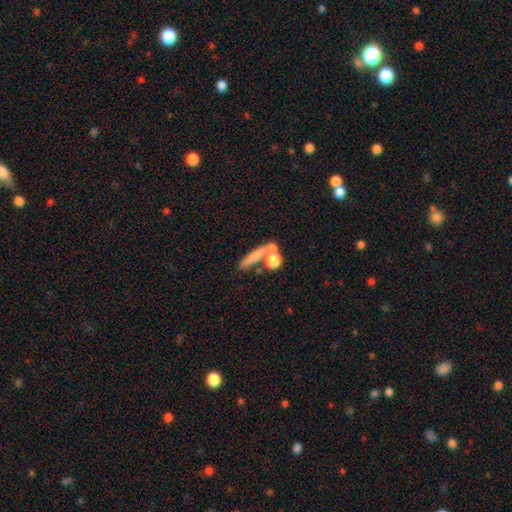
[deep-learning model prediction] Smooth or featured? Predicted: smooth (p=0.66). How rounded? Predicted: cigar-shaped (p=0.58). Merging? Predicted: none (p=0.53).